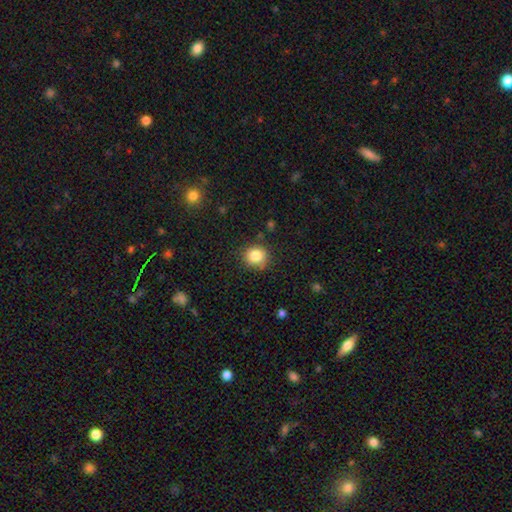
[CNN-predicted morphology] smooth-or-featured: smooth: 84% | star or artifact: 10% | featured or disk: 6%
  how-rounded: round: 88% | in between: 11% | cigar-shaped: 1%
  merging: none: 81% | minor disturbance: 14% | major disturbance: 3% | merger: 2%